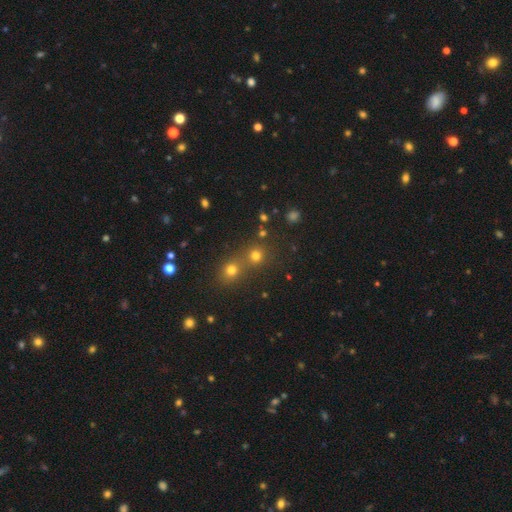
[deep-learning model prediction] This appears to be a smooth galaxy with no disk features (73%) that is round (88%). Merging: none (54%).